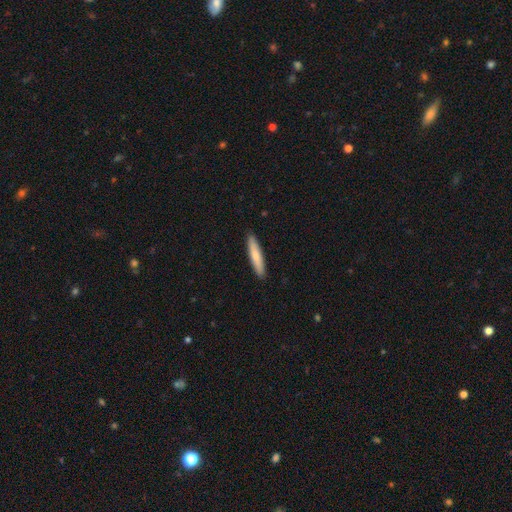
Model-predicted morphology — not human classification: The model was most divided on "smooth or featured": smooth: 74%, featured or disk: 21%, star or artifact: 5%. More confident: merging — none (91%); how rounded — cigar-shaped (89%).